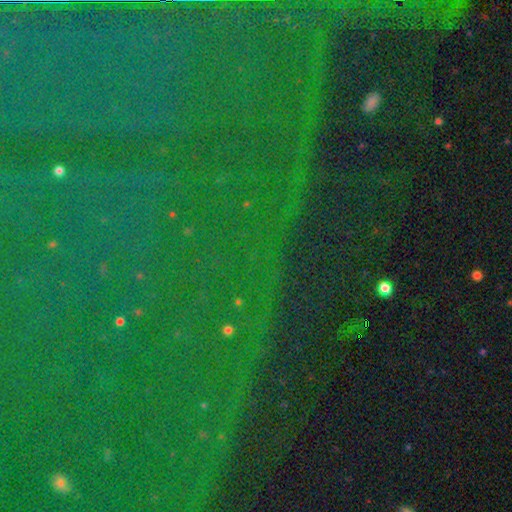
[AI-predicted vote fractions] smooth-or-featured: star or artifact: 87% | featured or disk: 6% | smooth: 6%